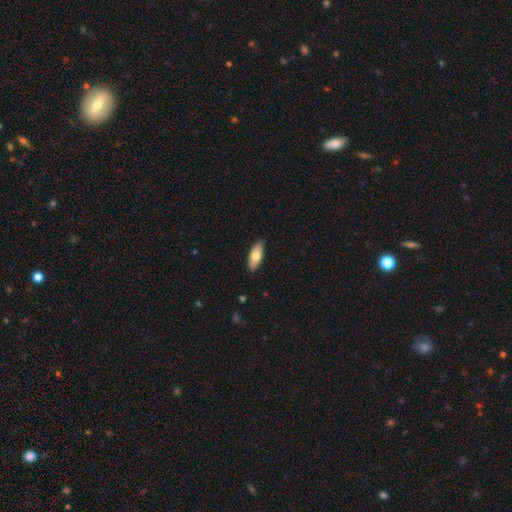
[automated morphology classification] This appears to be a smooth galaxy with no disk features (70%) that is in between round and cigar-shaped (75%). Merging: none (87%).